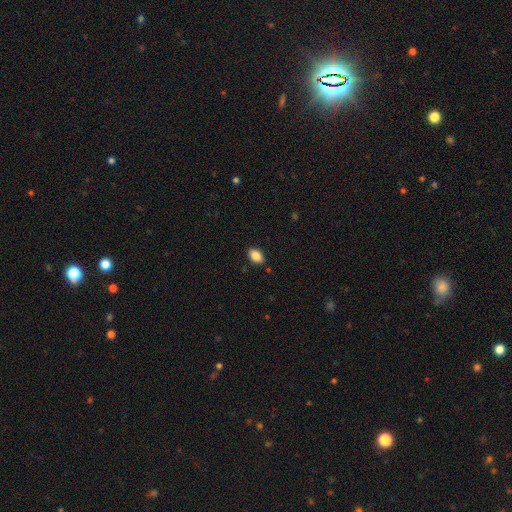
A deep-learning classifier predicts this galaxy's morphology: This appears to be a smooth galaxy with no disk features (86%) that is in between round and cigar-shaped (90%). Merging: none (88%).